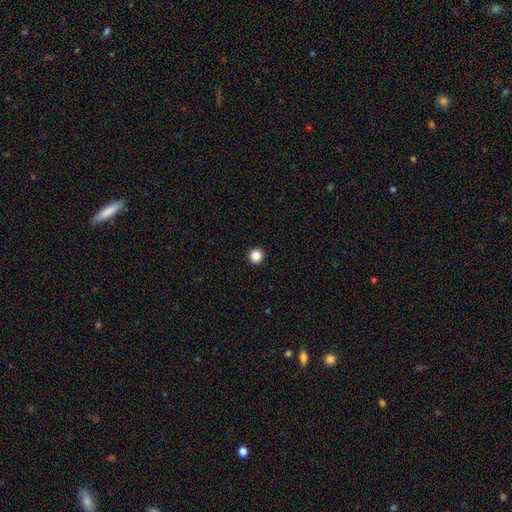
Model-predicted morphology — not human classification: smooth 86%, star or artifact 11%, featured or disk 3%. Down the decision tree: how rounded — round (96%); merging — none (94%).